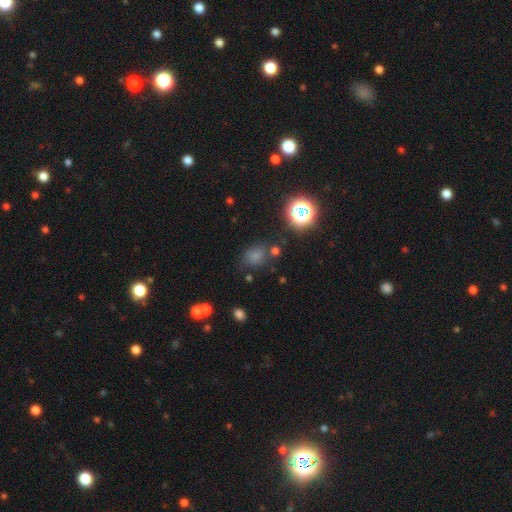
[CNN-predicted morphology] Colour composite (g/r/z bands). It shows a smooth galaxy with no disk features (65%) that is in between round and cigar-shaped (50%). Merging: none (69%).